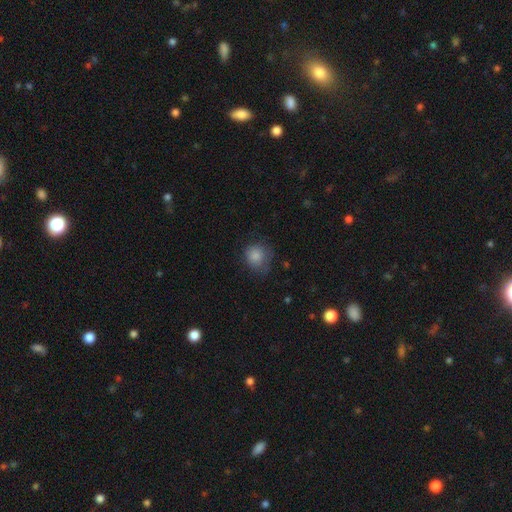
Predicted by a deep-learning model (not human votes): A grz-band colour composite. It shows a smooth galaxy with no disk features (84%) that is round (79%). Merging: none (60%).